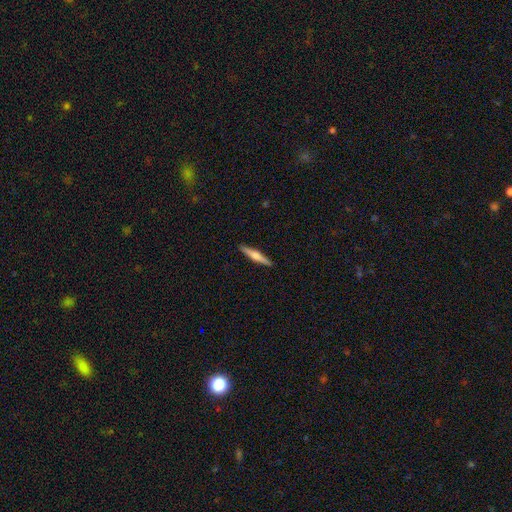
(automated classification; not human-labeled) smooth-or-featured: featured or disk: 52% | smooth: 42% | star or artifact: 6%
  disk-edge-on: yes: 97% | no: 3%
    edge-on-bulge: rounded: 77% | none: 12% | boxy: 10%
  merging: none: 91% | minor disturbance: 6% | major disturbance: 1% | merger: 1%